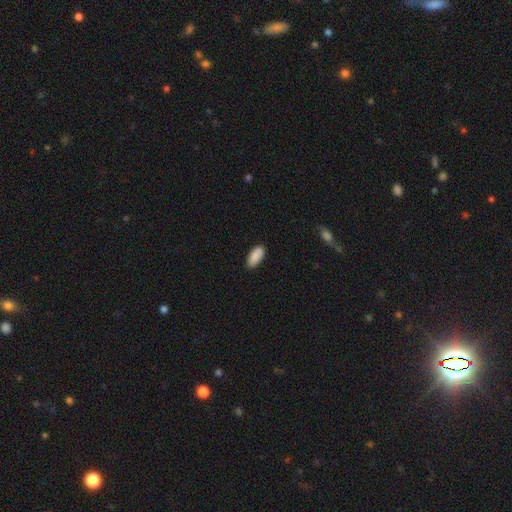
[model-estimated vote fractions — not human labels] The model was most divided on "merging": none: 86%, minor disturbance: 11%, major disturbance: 2%, merger: 1%. More confident: smooth or featured — smooth (89%); how rounded — in between (88%).